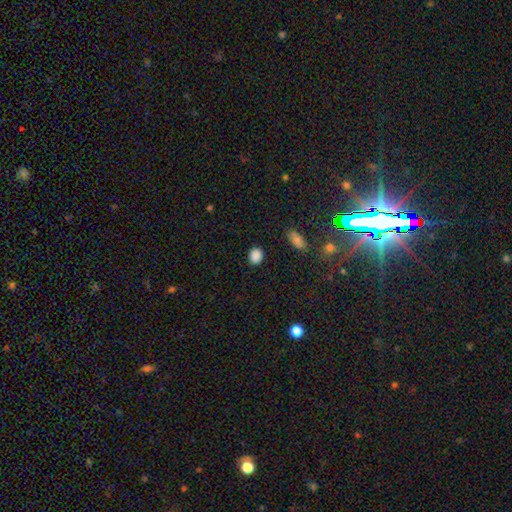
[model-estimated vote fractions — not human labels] Smooth or featured? smooth (87%)
How rounded? round (59%)
Merging? none (88%)